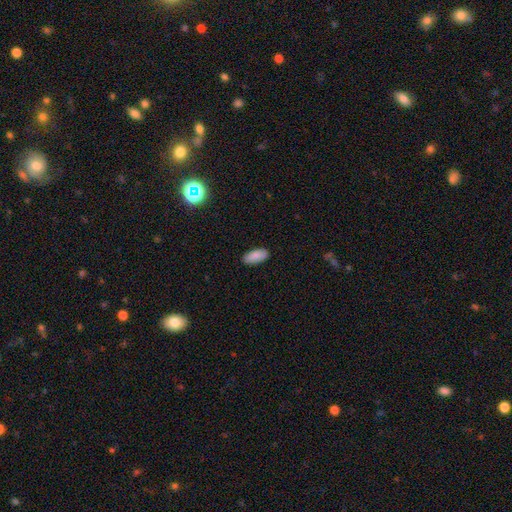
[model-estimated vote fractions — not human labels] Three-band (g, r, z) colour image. It shows a smooth galaxy with no disk features (89%) that is in between round and cigar-shaped (90%). Merging: none (89%).